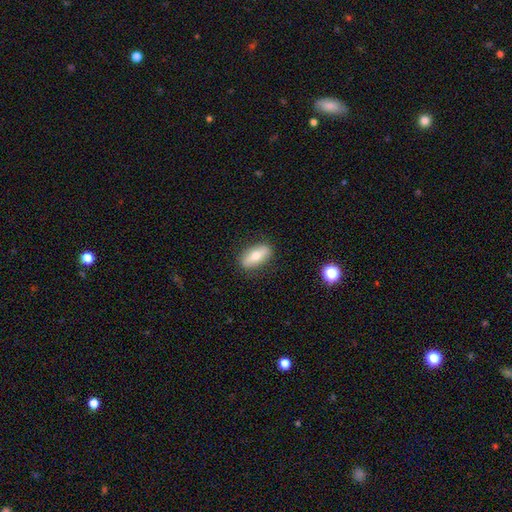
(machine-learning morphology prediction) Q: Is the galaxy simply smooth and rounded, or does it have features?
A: smooth — 59%.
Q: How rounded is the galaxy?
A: in between — 68%.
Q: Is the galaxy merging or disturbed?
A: none — 86%.